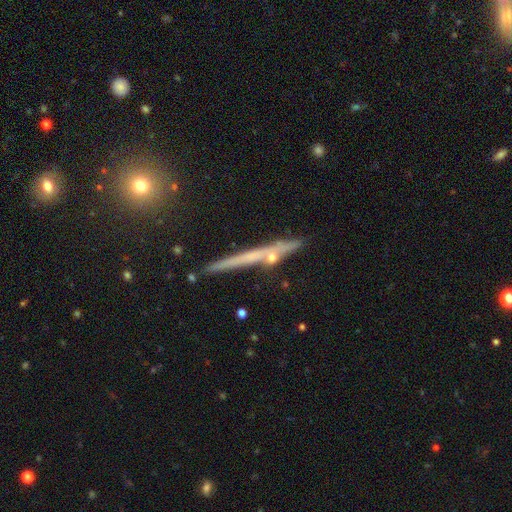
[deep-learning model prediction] This is likely a featured or disk galaxy (65%). It is clearly viewed edge-on (96%). Edge-on bulge: likely none (73%). Merging: likely none (80%).